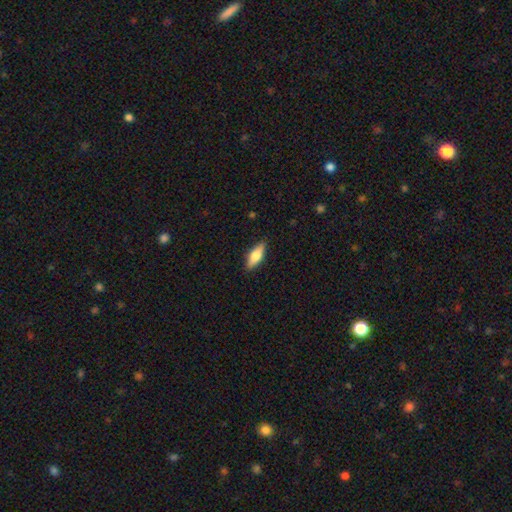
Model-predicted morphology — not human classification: smooth-or-featured: smooth: 66% | featured or disk: 28% | star or artifact: 6%
  how-rounded: in between: 66% | cigar-shaped: 31% | round: 3%
  merging: none: 88% | minor disturbance: 9% | major disturbance: 2% | merger: 1%